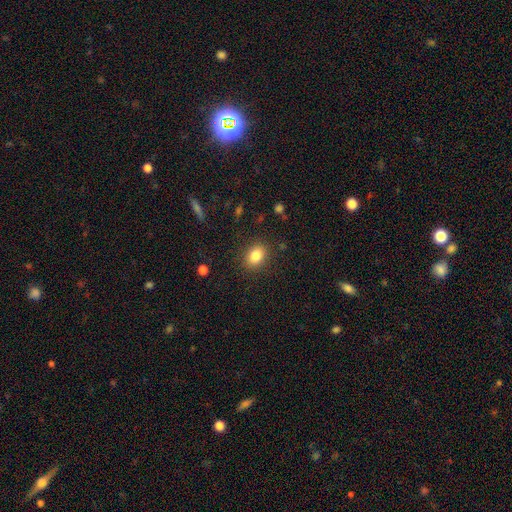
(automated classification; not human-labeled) Smooth or featured: smooth — 83% (star or artifact — 10%)
How rounded: in between — 66% (round — 32%)
Merging: none — 87% (minor disturbance — 9%)